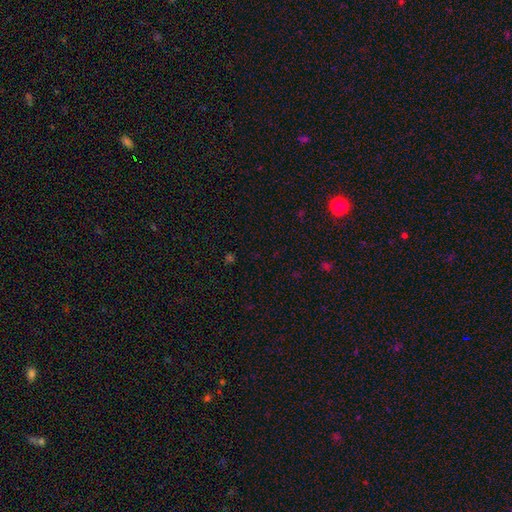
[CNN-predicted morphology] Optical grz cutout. It shows a star or artifact, not a galaxy (57%).